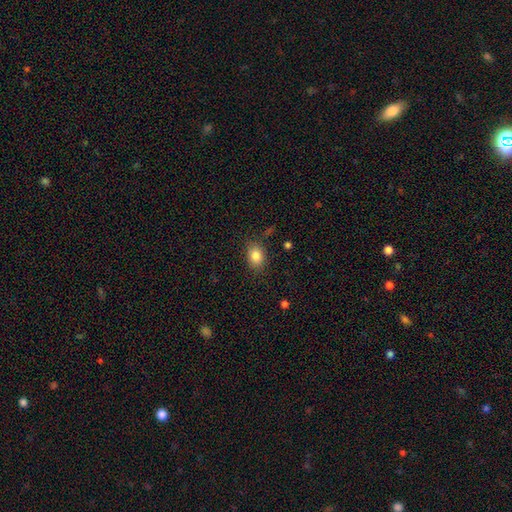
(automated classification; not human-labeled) This appears to be a smooth galaxy with no disk features (84%) that is in between round and cigar-shaped (63%). Merging: none (83%).